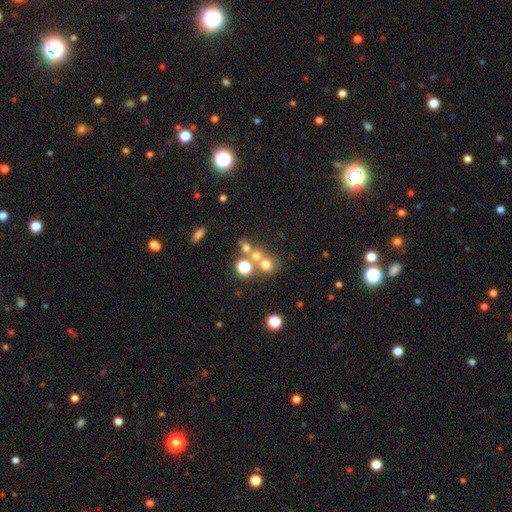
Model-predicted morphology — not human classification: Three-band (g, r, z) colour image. It shows a smooth galaxy with no disk features (61%) that is round (80%). Merging: merger (44%).